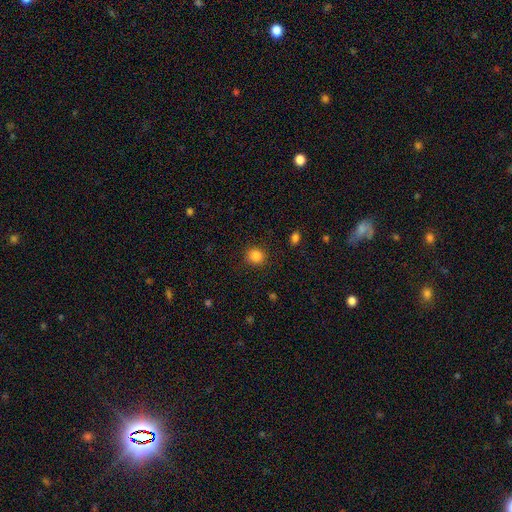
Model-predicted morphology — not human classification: Smooth or featured? Predicted: smooth (p=0.85). How rounded? Predicted: round (p=0.87). Merging? Predicted: none (p=0.89).